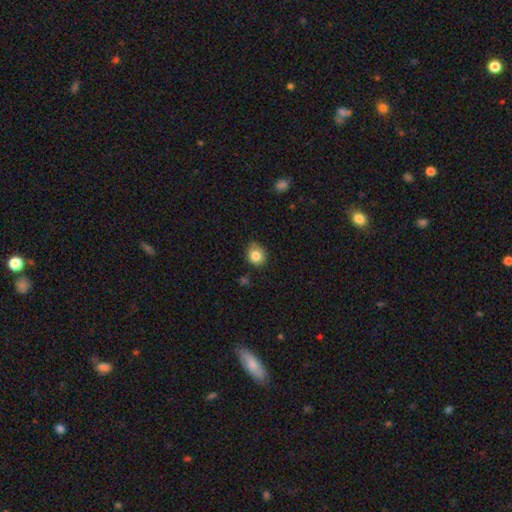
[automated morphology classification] smooth-or-featured: smooth: 83% | star or artifact: 10% | featured or disk: 7%
  how-rounded: round: 78% | in between: 21% | cigar-shaped: 1%
  merging: none: 77% | minor disturbance: 18% | major disturbance: 3% | merger: 2%